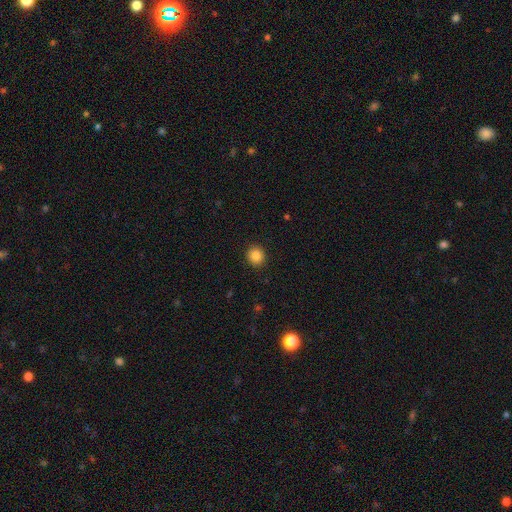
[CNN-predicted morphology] Smooth or featured? smooth (86%)
How rounded? round (86%)
Merging? none (92%)